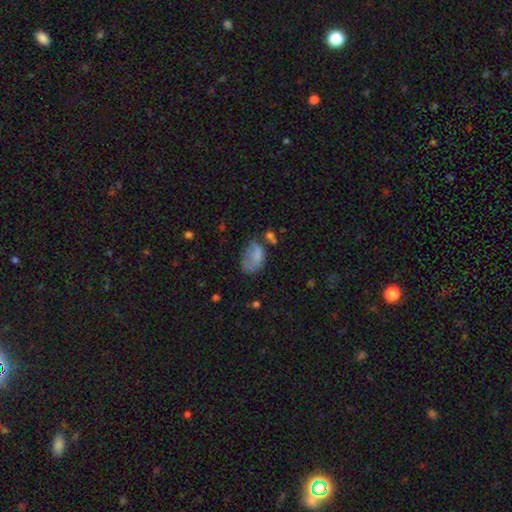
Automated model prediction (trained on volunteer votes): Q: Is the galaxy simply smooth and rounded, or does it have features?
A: smooth — 71%.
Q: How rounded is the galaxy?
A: in between — 84%.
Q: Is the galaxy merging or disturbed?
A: none — 34%.